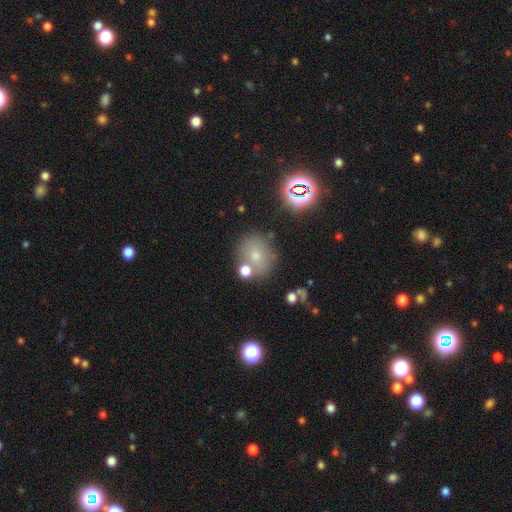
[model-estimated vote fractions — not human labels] smooth 66%, star or artifact 20%, featured or disk 14%. Down the decision tree: how rounded — round (76%); merging — none (67%).